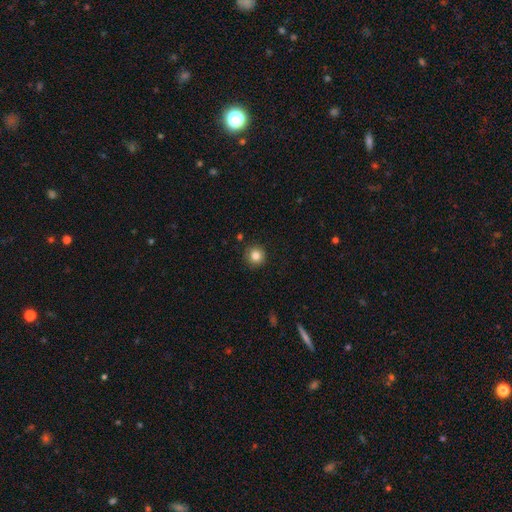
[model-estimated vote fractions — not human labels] smooth 84%, star or artifact 10%, featured or disk 6%. Down the decision tree: how rounded — round (94%); merging — none (90%).